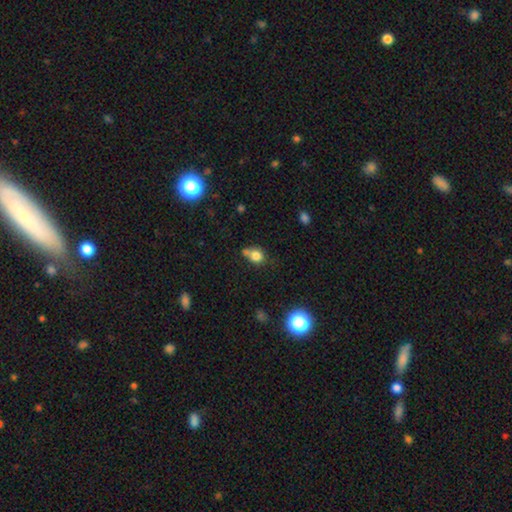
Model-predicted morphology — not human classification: The model was most divided on "merging": none: 47%, merger: 28%, minor disturbance: 18%, major disturbance: 6%. More confident: smooth or featured — smooth (79%); how rounded — round (73%).